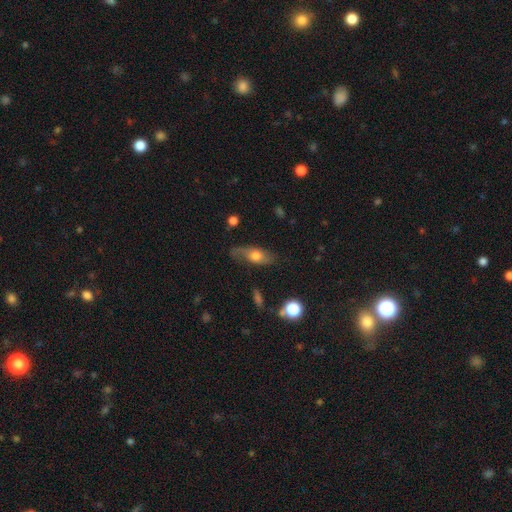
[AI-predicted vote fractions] This is possibly a smooth galaxy (53%). How rounded: likely in between (74%). Merging: possibly none (59%).